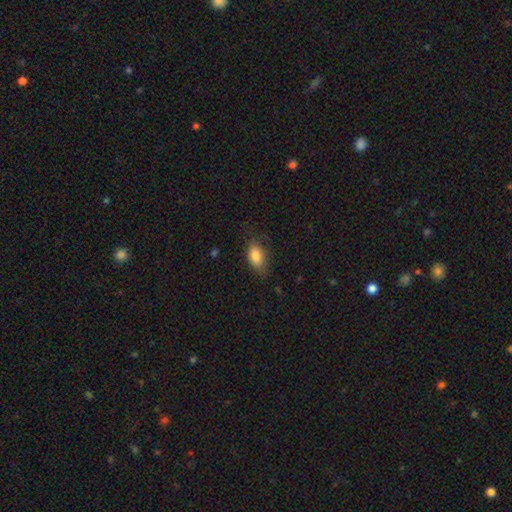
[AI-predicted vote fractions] Q: Smooth or featured?
A: smooth (83%); runner-up: featured or disk (9%)
Q: How rounded?
A: in between (89%); runner-up: round (6%)
Q: Merging?
A: none (73%); runner-up: minor disturbance (20%)